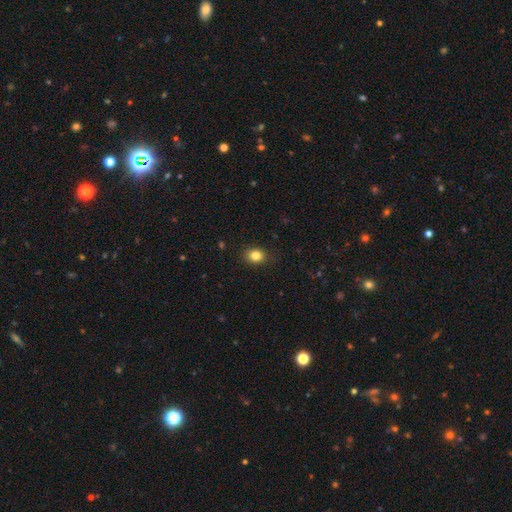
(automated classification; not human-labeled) Smooth or featured?
  - smooth: 84% *
  - star or artifact: 11%
  - featured or disk: 6%
How rounded?
  - round: 50% *
  - in between: 49%
  - cigar-shaped: 1%
Merging?
  - none: 88% *
  - minor disturbance: 9%
  - major disturbance: 2%
  - merger: 1%